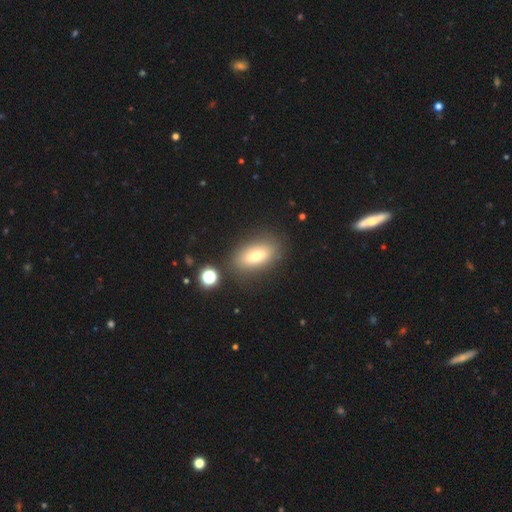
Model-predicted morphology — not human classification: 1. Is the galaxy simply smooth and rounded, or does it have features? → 72% smooth, 18% featured or disk, 10% star or artifact.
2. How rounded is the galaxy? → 82% in between, 11% cigar-shaped, 6% round.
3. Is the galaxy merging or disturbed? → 81% none, 11% minor disturbance, 5% merger, 4% major disturbance.